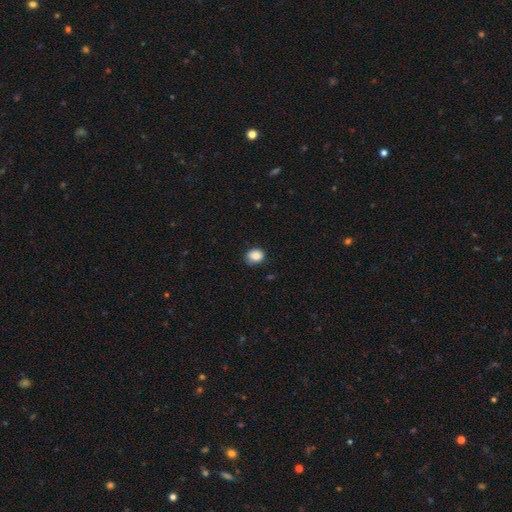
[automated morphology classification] smooth_or_featured: smooth (p=0.87) [alt: star or artifact p=0.09]
how_rounded: round (p=0.54) [alt: in between p=0.45]
merging: none (p=0.75) [alt: minor disturbance p=0.20]